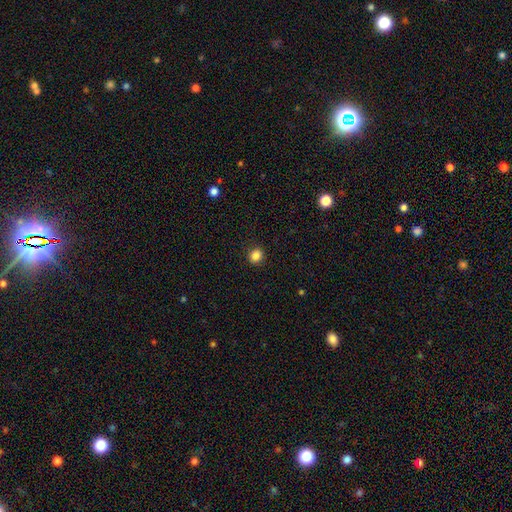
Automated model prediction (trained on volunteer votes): Morphology: type=smooth (85%); roundness=round (75%); merging=none (90%).